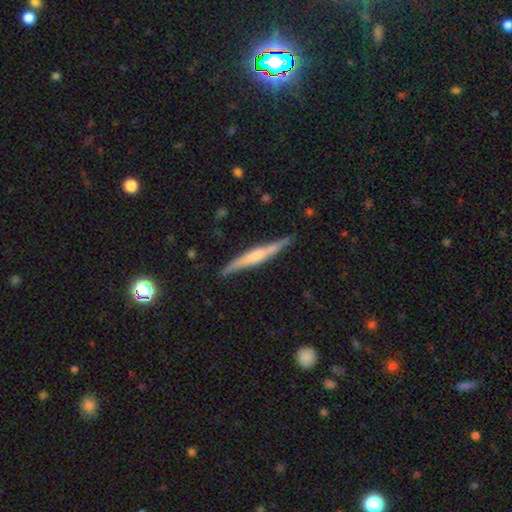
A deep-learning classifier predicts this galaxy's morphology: Smooth or featured? Predicted: featured or disk (p=0.61). Edge-on disk? Predicted: yes (p=0.96). Edge-on bulge? Predicted: rounded (p=0.50). Merging? Predicted: none (p=0.83).